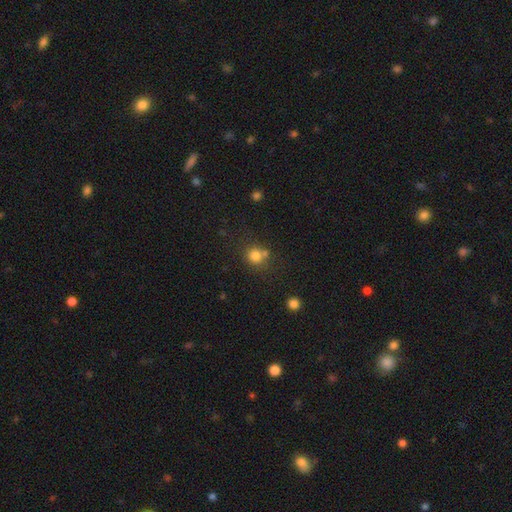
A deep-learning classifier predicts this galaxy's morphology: Overall: smooth (80%). How rounded: round (84%). Merging: none (61%; merger 23%).